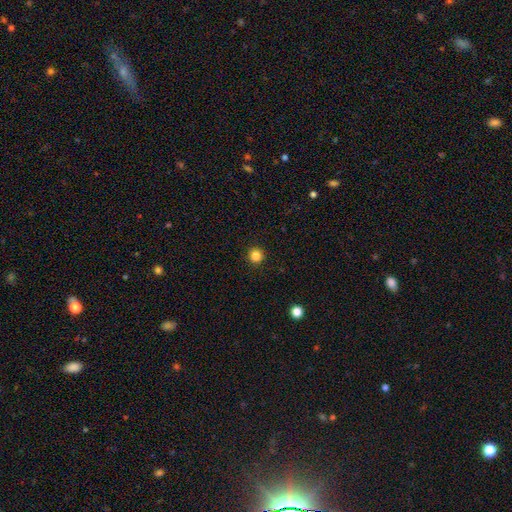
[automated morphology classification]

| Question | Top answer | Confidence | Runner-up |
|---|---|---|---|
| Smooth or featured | smooth | 84% | star or artifact (13%) |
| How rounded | round | 95% | in between (4%) |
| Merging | none | 93% | minor disturbance (4%) |